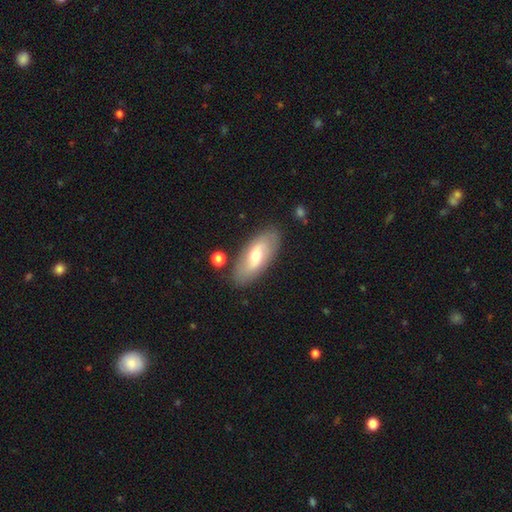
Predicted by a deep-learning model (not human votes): The model was most divided on "smooth or featured": smooth: 48%, featured or disk: 46%, star or artifact: 6%. More confident: merging — none (83%).